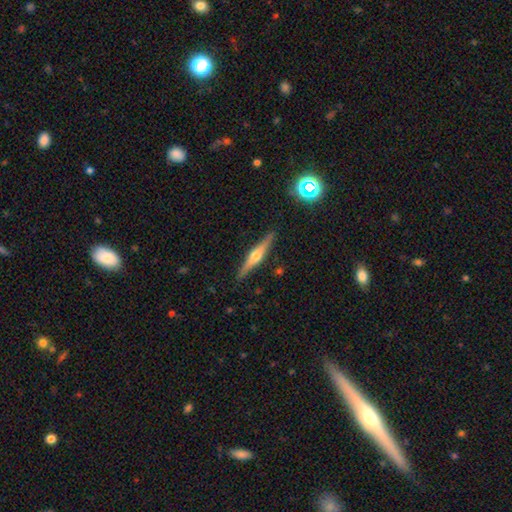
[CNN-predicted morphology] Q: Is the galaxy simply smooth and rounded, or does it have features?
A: featured or disk — 69%.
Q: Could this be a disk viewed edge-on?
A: yes — 97%.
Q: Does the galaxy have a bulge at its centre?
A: rounded — 92%.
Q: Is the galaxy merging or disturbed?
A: none — 90%.